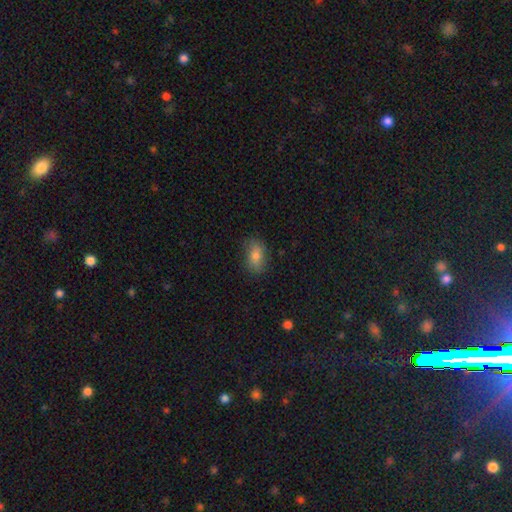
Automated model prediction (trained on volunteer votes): Overall: smooth (74%). How rounded: in between (85%). Merging: none (79%).